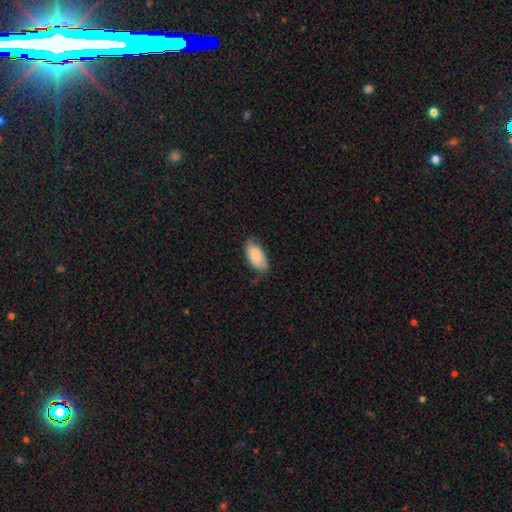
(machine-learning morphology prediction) This appears to be a smooth galaxy with no disk features (83%) that is in between round and cigar-shaped (94%). Merging: none (64%).